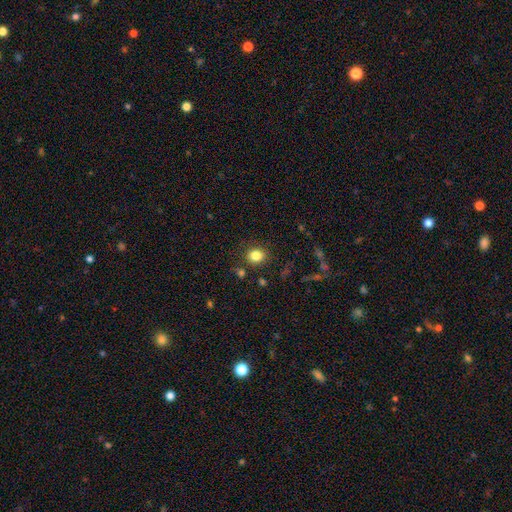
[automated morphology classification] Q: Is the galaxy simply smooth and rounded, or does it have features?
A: smooth — 83%.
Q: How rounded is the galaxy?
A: round — 71%.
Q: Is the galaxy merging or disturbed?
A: none — 84%.